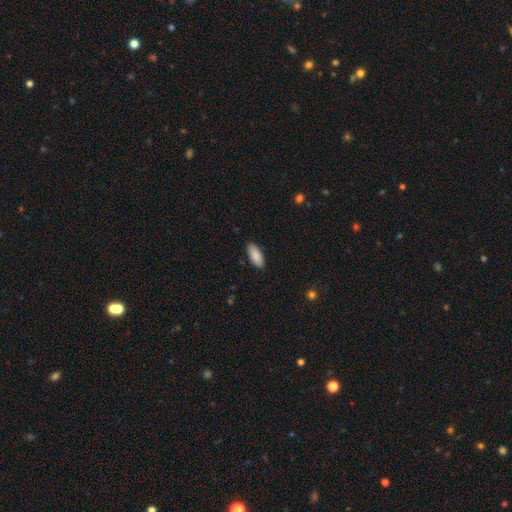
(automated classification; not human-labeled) smooth_or_featured: smooth (p=0.89) [alt: star or artifact p=0.06]
how_rounded: in between (p=0.84) [alt: cigar-shaped p=0.15]
merging: none (p=0.88) [alt: minor disturbance p=0.09]